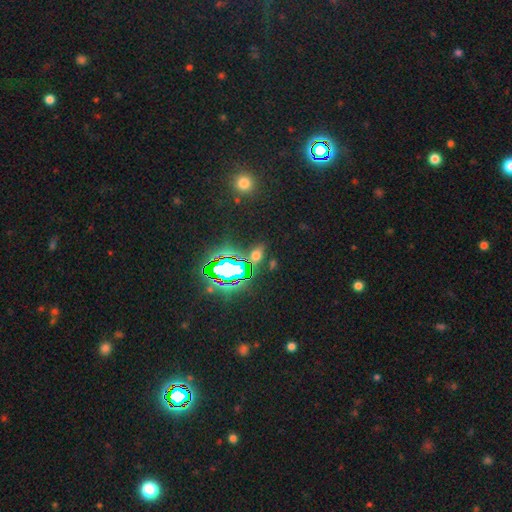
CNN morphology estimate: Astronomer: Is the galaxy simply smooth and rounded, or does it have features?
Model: star or artifact — 48% (runner-up: smooth, 41%).